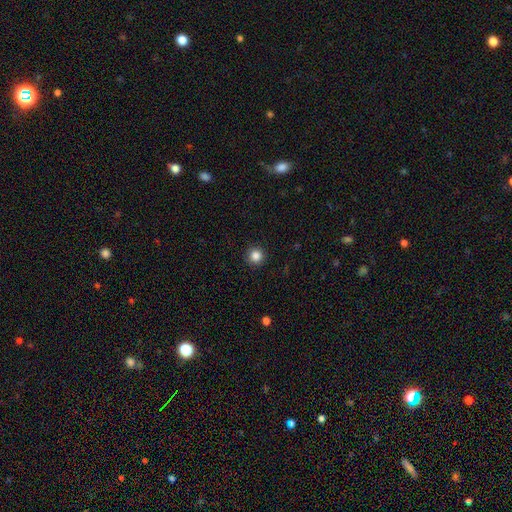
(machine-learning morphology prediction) The model was most divided on "smooth or featured": smooth: 85%, star or artifact: 11%, featured or disk: 4%. More confident: how rounded — round (95%); merging — none (92%).